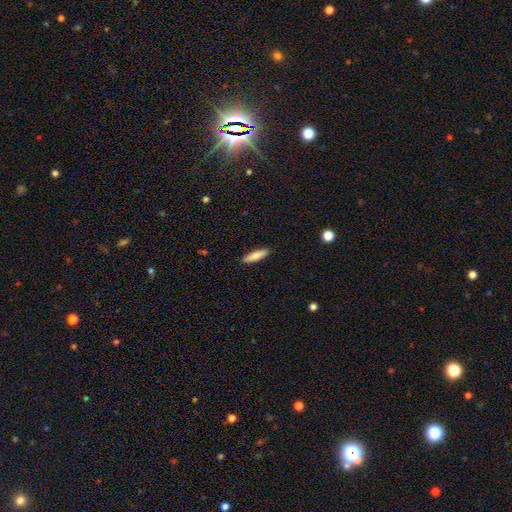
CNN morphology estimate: smooth-or-featured: smooth: 77% | featured or disk: 17% | star or artifact: 6%
  how-rounded: cigar-shaped: 71% | in between: 27% | round: 2%
  merging: none: 90% | minor disturbance: 7% | major disturbance: 2% | merger: 1%